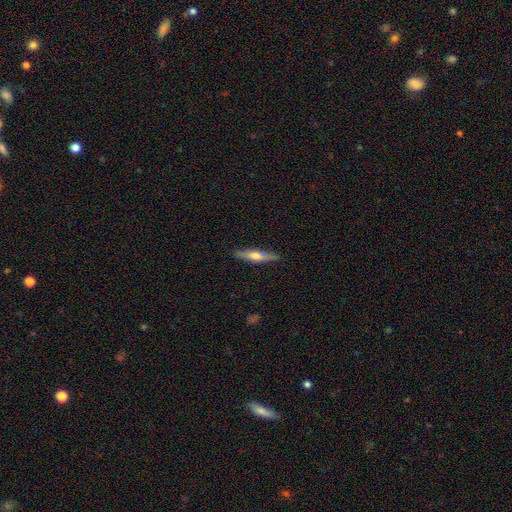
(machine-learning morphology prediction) A featured or disk galaxy (59%) viewed edge-on (96%) with a rounded central bulge (89%).

Vote fractions:
- Smooth or featured? featured or disk: 59% / smooth: 35% / star or artifact: 6%
- Edge-on disk? yes: 96% / no: 4%
- Edge-on bulge? rounded: 89% / none: 6% / boxy: 6%
- Merging? none: 89% / minor disturbance: 8% / major disturbance: 2% / merger: 1%